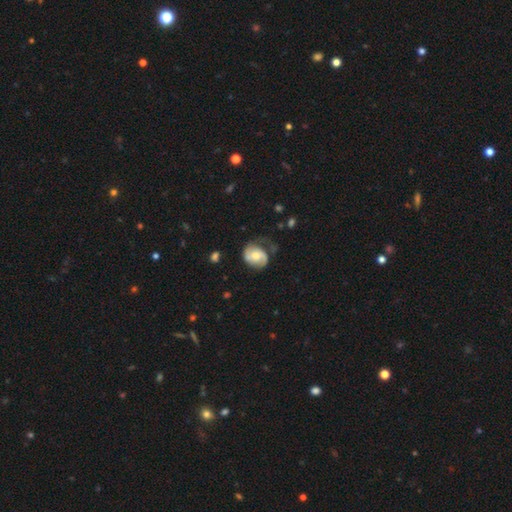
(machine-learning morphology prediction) Smooth or featured? Predicted: featured or disk (p=0.67). Edge-on disk? Predicted: no (p=0.98). Bar? Predicted: no (p=0.59). Spiral arms? Predicted: yes (p=0.90). Spiral winding? Predicted: medium (p=0.43). Spiral arm count? Predicted: 2 (p=0.78). Bulge size? Predicted: moderate (p=0.62). Merging? Predicted: none (p=0.57).